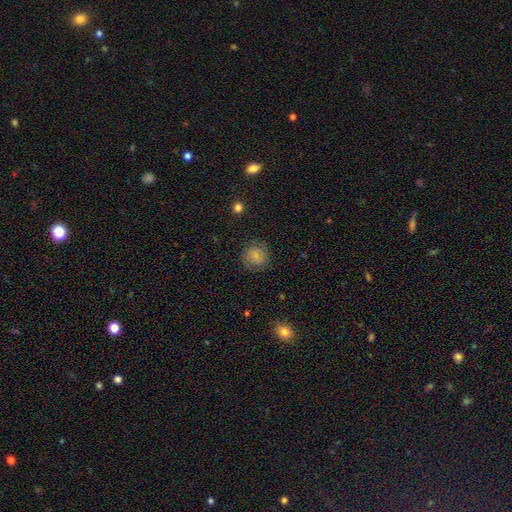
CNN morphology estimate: The model was most divided on "merging": none: 80%, minor disturbance: 13%, major disturbance: 5%, merger: 1%. More confident: how rounded — round (88%); smooth or featured — smooth (81%).